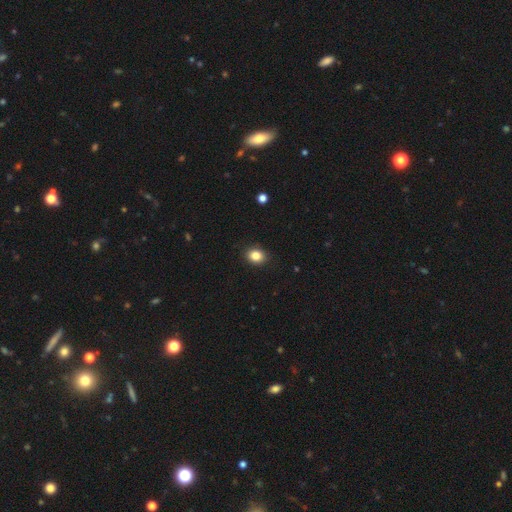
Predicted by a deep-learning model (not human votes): Morphology: type=smooth (85%); roundness=in between (53%); merging=none (90%).